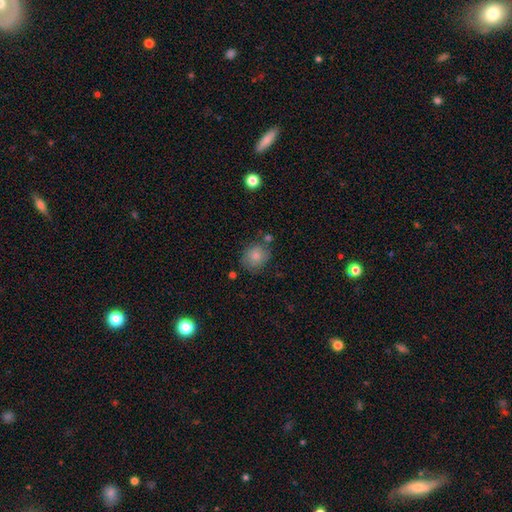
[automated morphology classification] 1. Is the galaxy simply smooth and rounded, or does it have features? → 81% smooth, 11% featured or disk, 9% star or artifact.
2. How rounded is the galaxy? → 69% round, 30% in between, 1% cigar-shaped.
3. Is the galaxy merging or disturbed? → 69% none, 19% minor disturbance, 7% merger, 5% major disturbance.